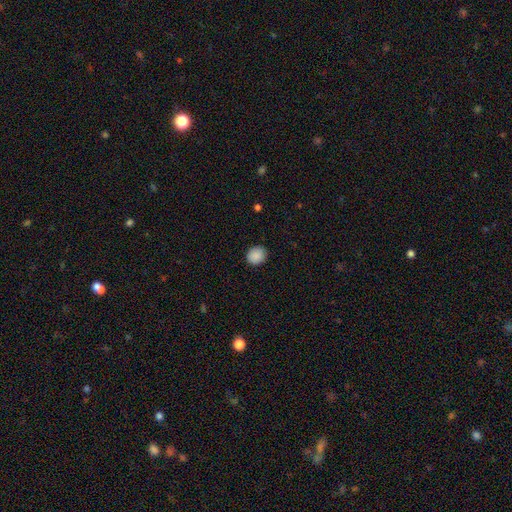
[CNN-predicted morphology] Overall: smooth (89%). How rounded: round (74%). Merging: none (89%).